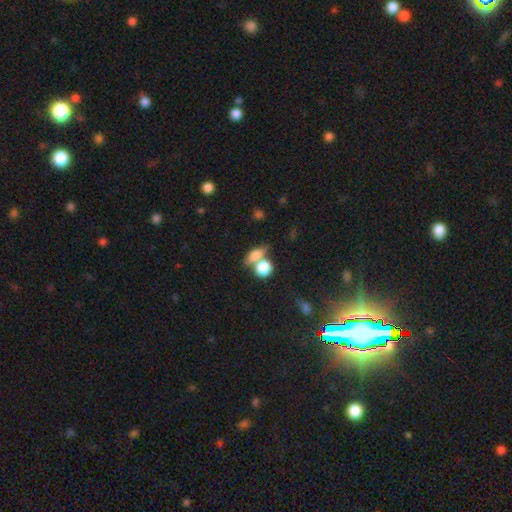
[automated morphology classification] Smooth or featured? smooth (74%)
How rounded? in between (55%)
Merging? merger (42%, tied with none)